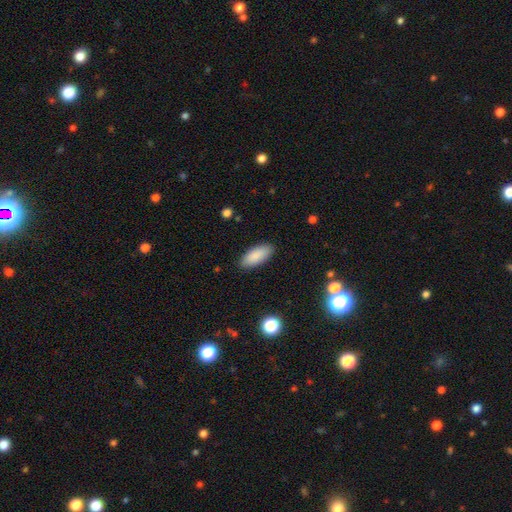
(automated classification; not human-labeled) Smooth or featured: smooth — 89% (star or artifact — 6%)
How rounded: in between — 86% (cigar-shaped — 13%)
Merging: none — 88% (minor disturbance — 9%)